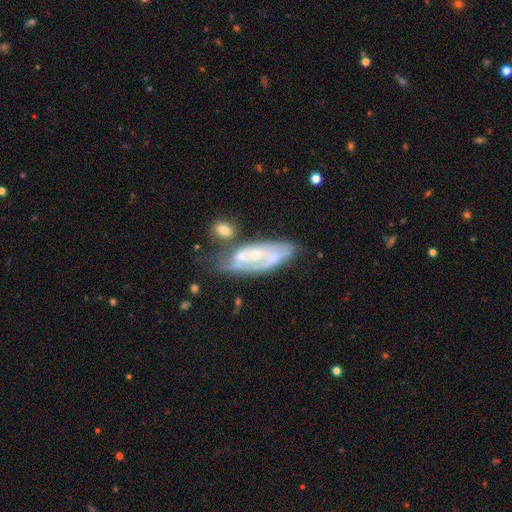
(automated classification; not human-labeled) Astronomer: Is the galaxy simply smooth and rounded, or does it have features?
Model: featured or disk — 71%.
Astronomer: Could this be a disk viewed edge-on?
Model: no — 89%.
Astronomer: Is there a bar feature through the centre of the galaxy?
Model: no — 69%.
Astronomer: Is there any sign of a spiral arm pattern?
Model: yes — 69%.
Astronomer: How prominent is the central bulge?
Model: small — 64%.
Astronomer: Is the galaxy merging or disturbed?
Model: none — 39% (runner-up: merger, 25%).